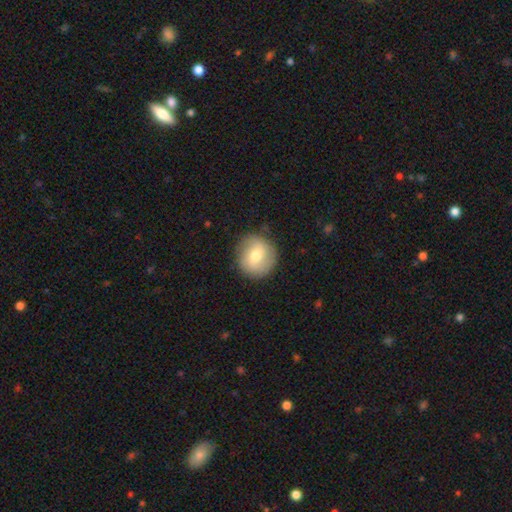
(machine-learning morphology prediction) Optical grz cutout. It shows a smooth galaxy with no disk features (64%) that is round (92%). Merging: none (84%).